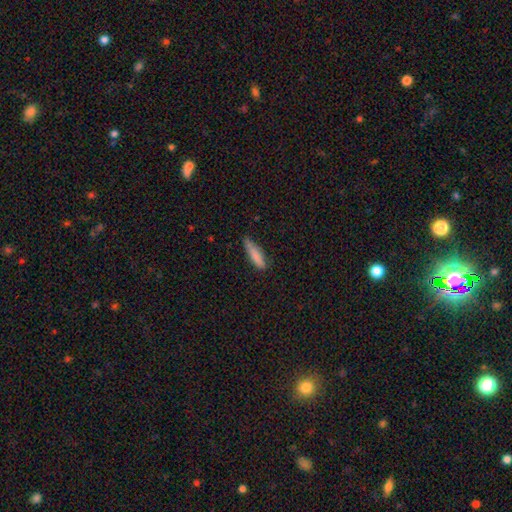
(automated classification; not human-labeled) Smooth or featured: smooth — 84% (featured or disk — 10%)
How rounded: cigar-shaped — 75% (in between — 23%)
Merging: none — 70% (minor disturbance — 25%)